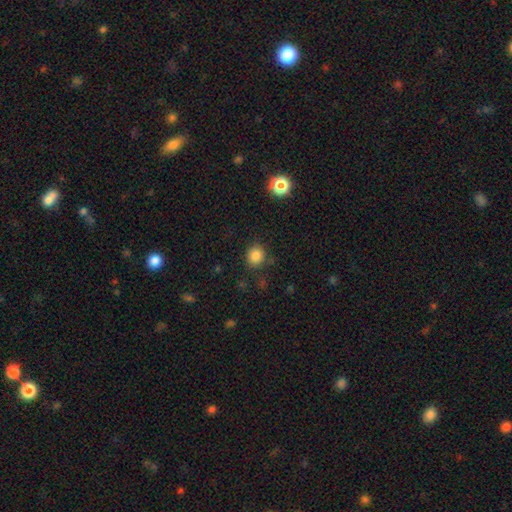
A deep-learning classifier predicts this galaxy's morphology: The model was most divided on "how rounded": round: 82%, in between: 17%, cigar-shaped: 1%. More confident: smooth or featured — smooth (84%); merging — none (83%).